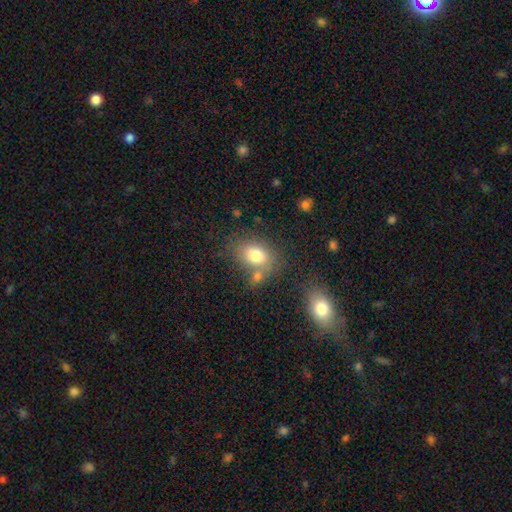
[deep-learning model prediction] Smooth or featured?
  - smooth: 78% *
  - featured or disk: 12%
  - star or artifact: 10%
How rounded?
  - in between: 67% *
  - round: 32%
  - cigar-shaped: 1%
Merging?
  - none: 57% *
  - merger: 22%
  - minor disturbance: 15%
  - major disturbance: 6%